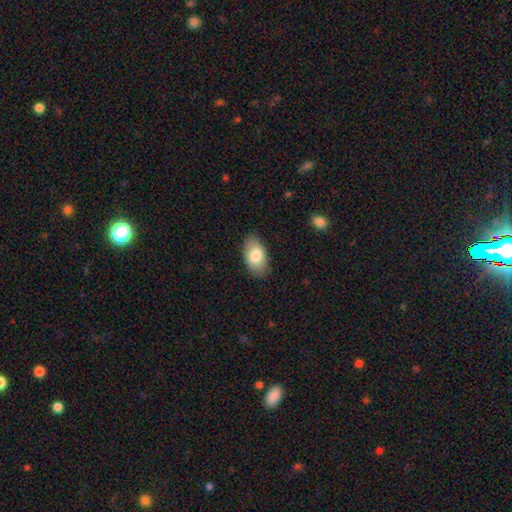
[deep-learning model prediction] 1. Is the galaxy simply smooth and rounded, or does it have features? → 80% smooth, 14% featured or disk, 6% star or artifact.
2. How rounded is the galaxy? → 94% in between, 5% round, 2% cigar-shaped.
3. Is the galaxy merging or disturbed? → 83% none, 13% minor disturbance, 3% major disturbance, 1% merger.